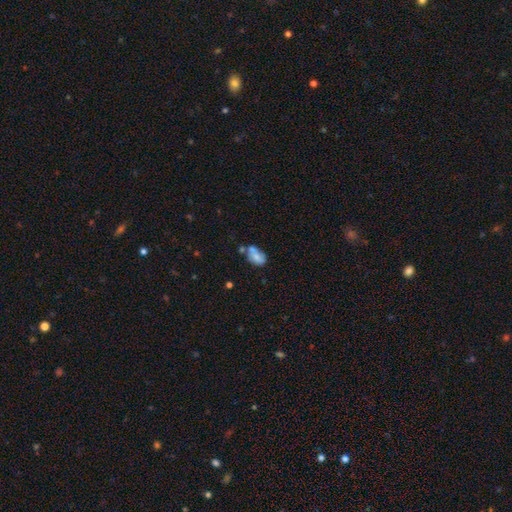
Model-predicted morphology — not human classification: This appears to be a smooth galaxy with no disk features (66%) that is in between round and cigar-shaped (88%). Merging: none (35%).